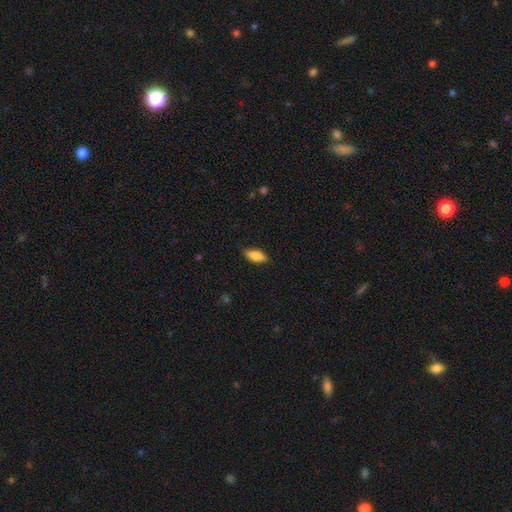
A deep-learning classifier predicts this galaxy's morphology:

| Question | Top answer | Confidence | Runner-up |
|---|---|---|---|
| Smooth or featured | smooth | 78% | featured or disk (15%) |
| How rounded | in between | 77% | cigar-shaped (20%) |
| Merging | none | 83% | minor disturbance (14%) |